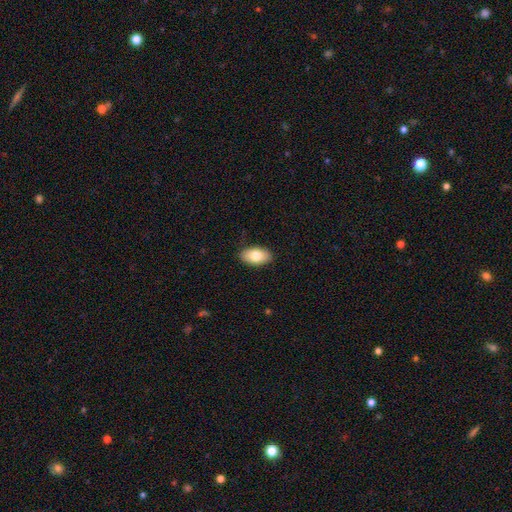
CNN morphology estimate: smooth-or-featured: smooth: 78% | featured or disk: 15% | star or artifact: 7%
  how-rounded: in between: 93% | round: 5% | cigar-shaped: 2%
  merging: none: 88% | minor disturbance: 9% | major disturbance: 2% | merger: 1%